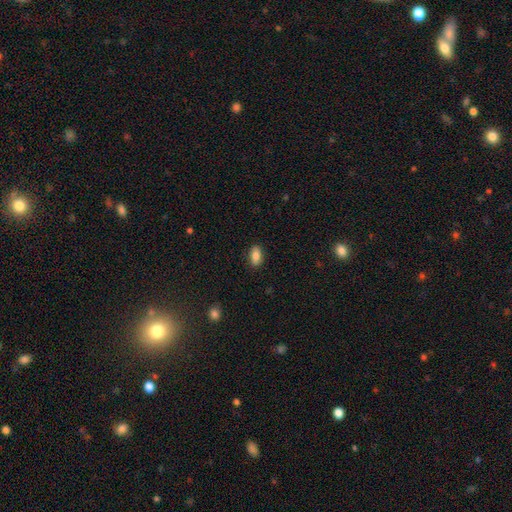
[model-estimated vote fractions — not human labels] Smooth or featured: smooth — 84% (featured or disk — 8%)
How rounded: in between — 88% (cigar-shaped — 8%)
Merging: none — 87% (minor disturbance — 10%)